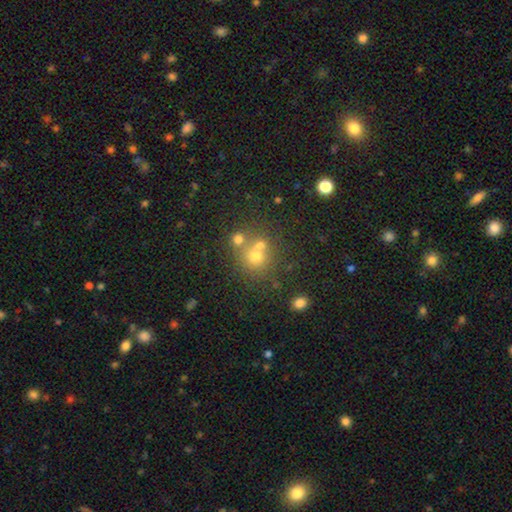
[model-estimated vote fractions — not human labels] This is likely a smooth galaxy (62%). How rounded: clearly round (85%). Merging: possibly none (50%).